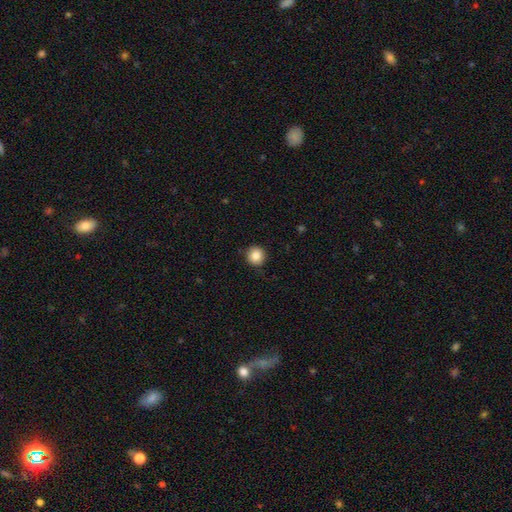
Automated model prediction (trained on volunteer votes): A smooth galaxy with no disk features (86%) that is round (93%).

Vote fractions:
- Smooth or featured? smooth: 86% / star or artifact: 10% / featured or disk: 4%
- How rounded? round: 93% / in between: 6% / cigar-shaped: 1%
- Merging? none: 88% / minor disturbance: 8% / major disturbance: 2% / merger: 1%